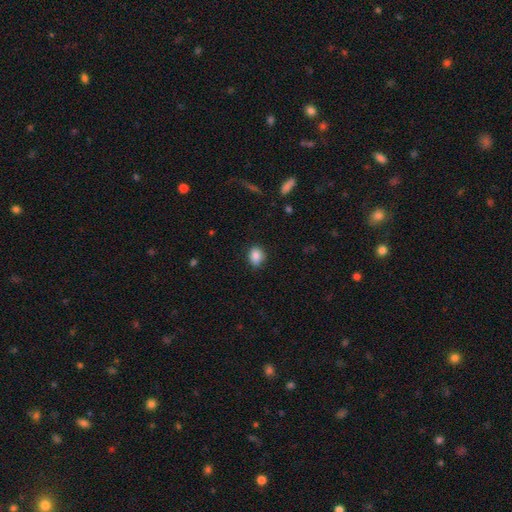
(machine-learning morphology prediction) This appears to be a smooth galaxy with no disk features (87%) that is in between round and cigar-shaped (53%). Merging: none (81%).